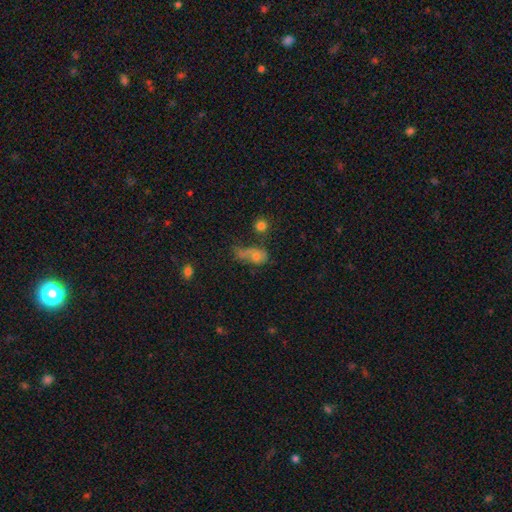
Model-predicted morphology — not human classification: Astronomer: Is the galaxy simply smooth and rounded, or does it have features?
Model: smooth — 59%.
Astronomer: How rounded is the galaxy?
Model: in between — 68%.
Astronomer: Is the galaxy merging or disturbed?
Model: major disturbance — 33% (runner-up: none, 26%).